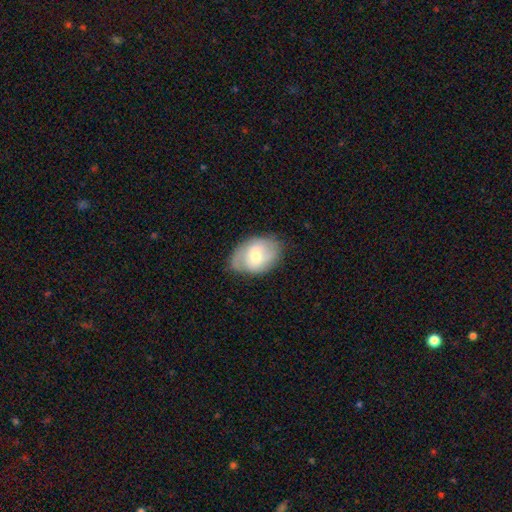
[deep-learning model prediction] A smooth galaxy with no disk features (48%). Merging: none (67%).